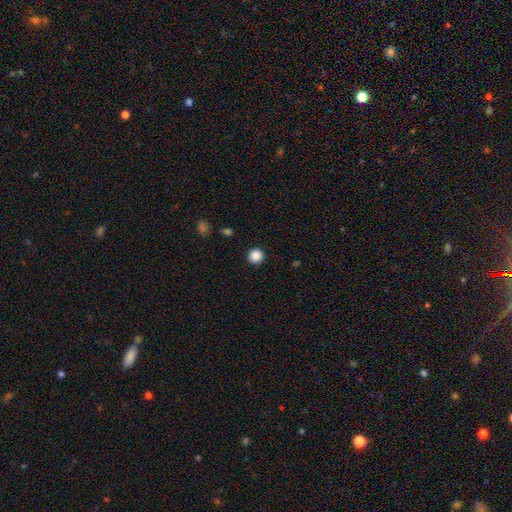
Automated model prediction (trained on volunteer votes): Smooth or featured: smooth — 88% (star or artifact — 10%)
How rounded: round — 95% (in between — 4%)
Merging: none — 93% (minor disturbance — 5%)